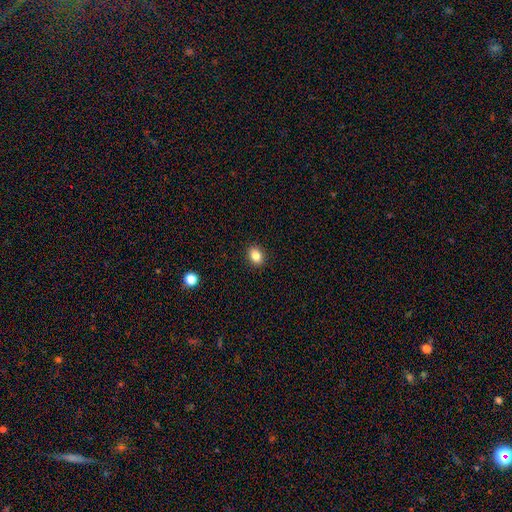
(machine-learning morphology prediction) A smooth galaxy with no disk features (84%) that is in between round and cigar-shaped (64%).

Vote fractions:
- Smooth or featured? smooth: 84% / star or artifact: 10% / featured or disk: 6%
- How rounded? in between: 64% / round: 35% / cigar-shaped: 1%
- Merging? none: 91% / minor disturbance: 6% / major disturbance: 2% / merger: 1%